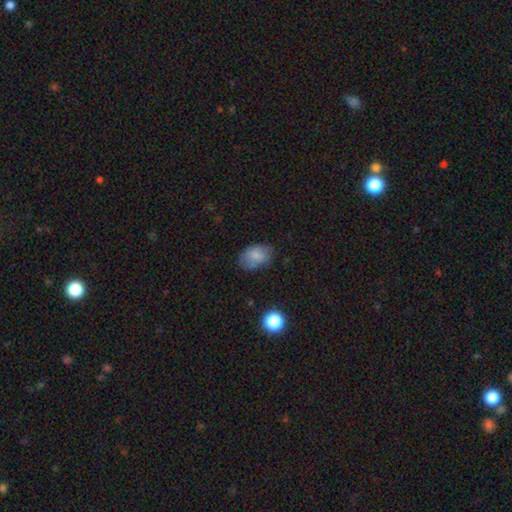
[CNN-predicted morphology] A smooth galaxy with no disk features (81%) that is in between round and cigar-shaped (82%).

Vote fractions:
- Smooth or featured? smooth: 81% / featured or disk: 10% / star or artifact: 9%
- How rounded? in between: 82% / round: 17% / cigar-shaped: 1%
- Merging? none: 70% / minor disturbance: 21% / major disturbance: 6% / merger: 2%